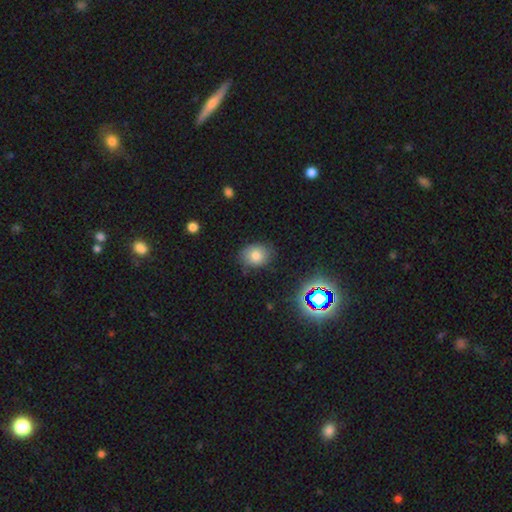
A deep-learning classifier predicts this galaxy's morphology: smooth_or_featured: smooth (p=0.77) [alt: star or artifact p=0.13]
how_rounded: in between (p=0.53) [alt: round p=0.46]
merging: none (p=0.79) [alt: minor disturbance p=0.16]